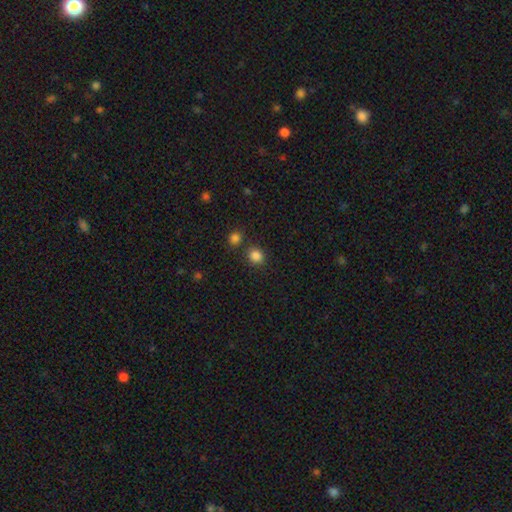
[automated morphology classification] smooth_or_featured: smooth (p=0.84) [alt: star or artifact p=0.12]
how_rounded: round (p=0.78) [alt: in between p=0.21]
merging: none (p=0.79) [alt: merger p=0.10]